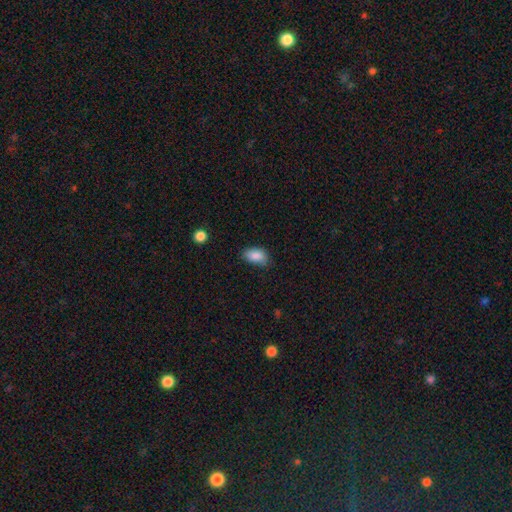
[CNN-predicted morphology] Smooth or featured? smooth (87%)
How rounded? in between (90%)
Merging? none (65%)